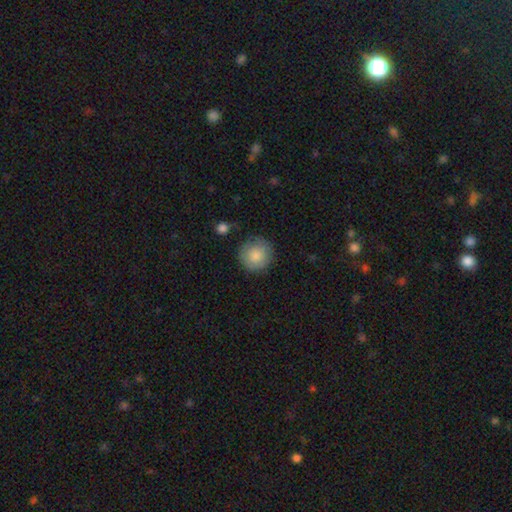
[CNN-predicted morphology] Overall: smooth (84%). How rounded: round (94%). Merging: none (78%).